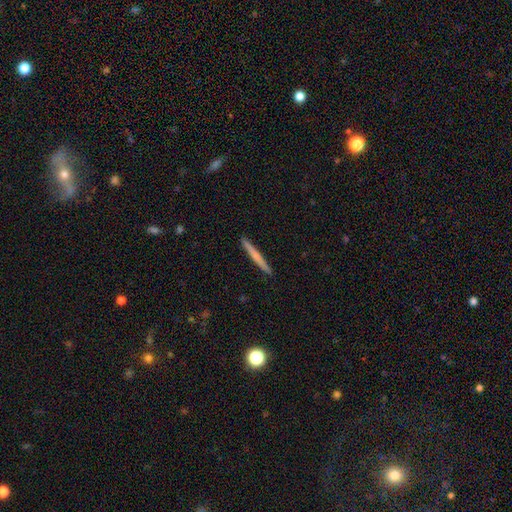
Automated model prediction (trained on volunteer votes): This appears to be a smooth galaxy with no disk features (60%) that is cigar-shaped (97%). Merging: none (93%).